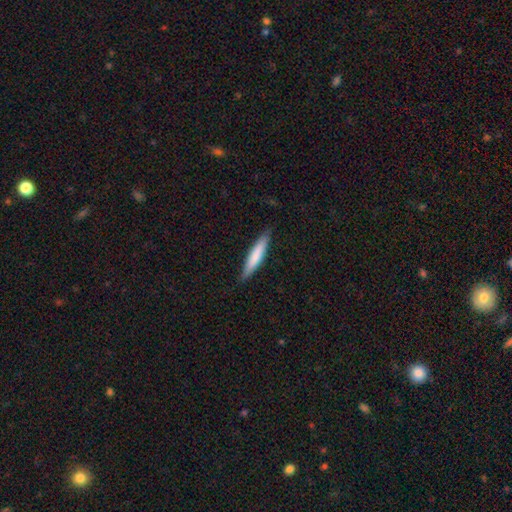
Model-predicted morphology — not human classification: Overall: smooth (72%). How rounded: cigar-shaped (90%). Merging: none (86%).